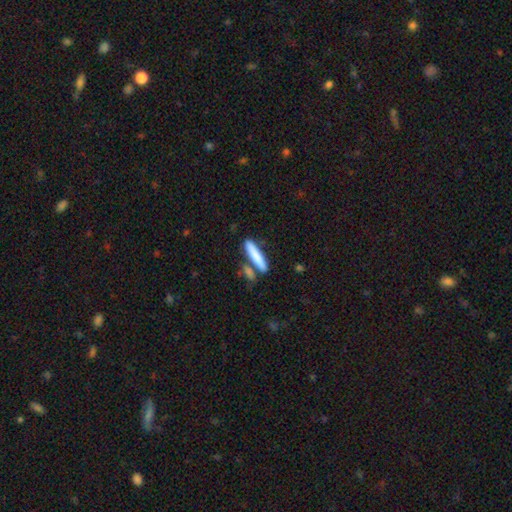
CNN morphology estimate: Smooth or featured? Predicted: smooth (p=0.79). How rounded? Predicted: cigar-shaped (p=0.85). Merging? Predicted: none (p=0.69).